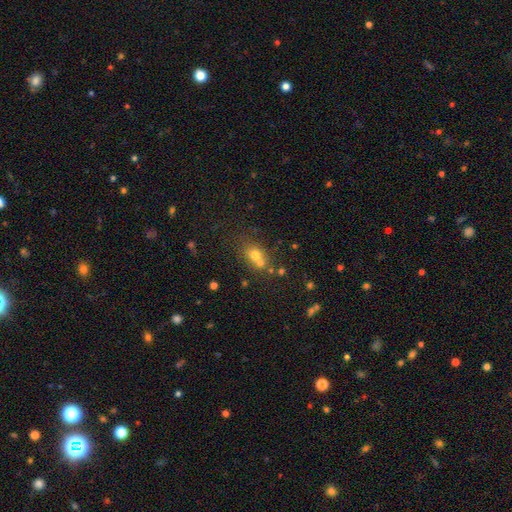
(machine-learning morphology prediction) smooth 64%, star or artifact 20%, featured or disk 16%. Down the decision tree: how rounded — round (60%); merging — none (45%).